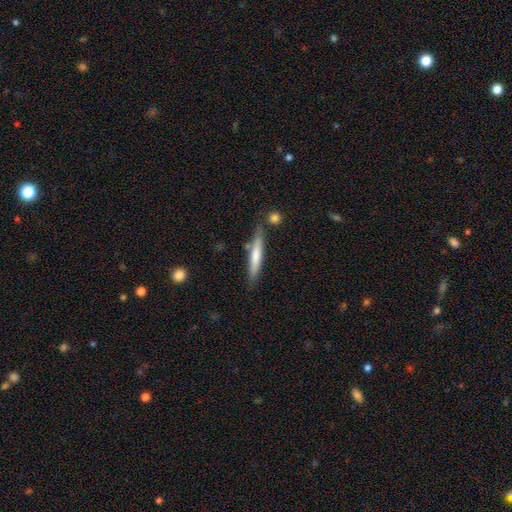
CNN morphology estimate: smooth 65%, featured or disk 29%, star or artifact 5%. Down the decision tree: how rounded — cigar-shaped (92%); merging — none (76%).